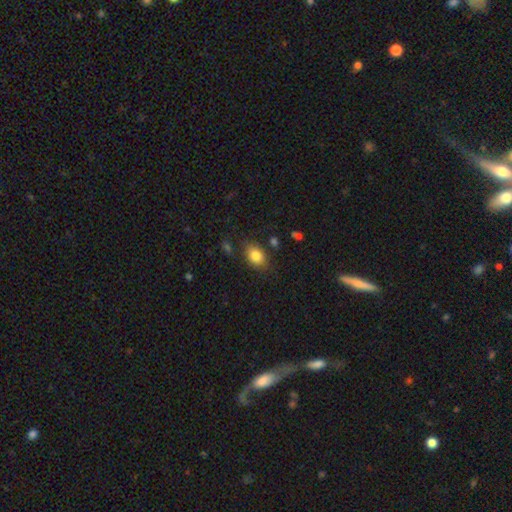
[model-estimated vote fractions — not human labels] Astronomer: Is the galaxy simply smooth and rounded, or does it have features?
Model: smooth — 83%.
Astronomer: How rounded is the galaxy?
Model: in between — 78%.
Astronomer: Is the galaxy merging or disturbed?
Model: none — 78%.